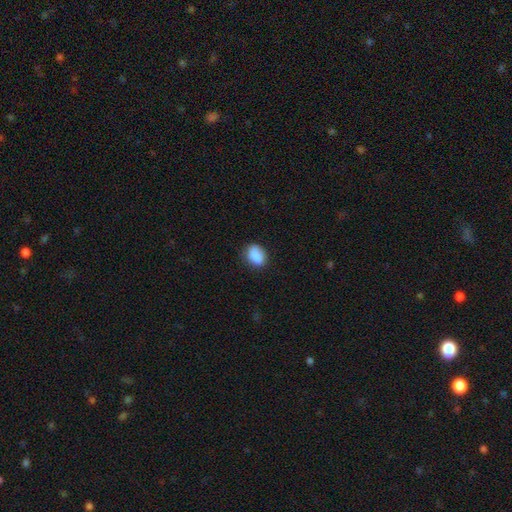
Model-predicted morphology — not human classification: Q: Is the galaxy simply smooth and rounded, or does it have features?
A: smooth — 87%.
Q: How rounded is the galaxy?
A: in between — 70%.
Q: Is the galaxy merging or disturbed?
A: none — 77%.